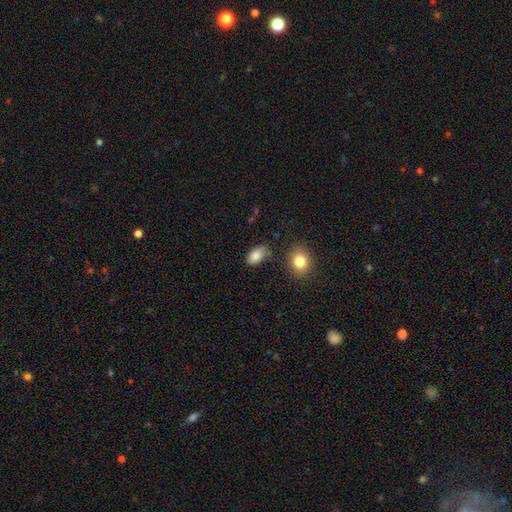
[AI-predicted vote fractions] smooth 84%, star or artifact 9%, featured or disk 8%. Down the decision tree: how rounded — in between (91%); merging — none (74%).